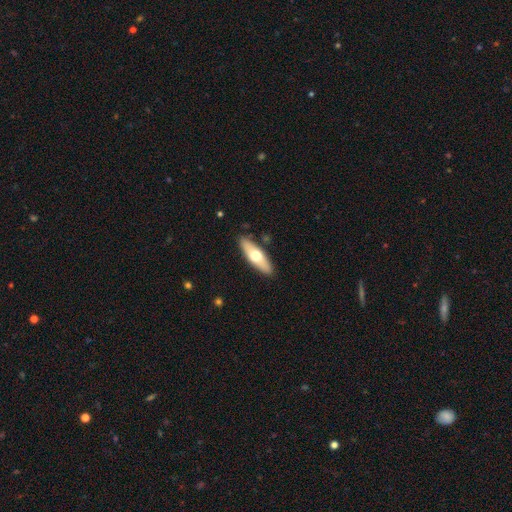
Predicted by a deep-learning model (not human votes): Smooth or featured: smooth — 57% (featured or disk — 38%)
How rounded: in between — 52% (cigar-shaped — 46%)
Merging: none — 87% (minor disturbance — 9%)